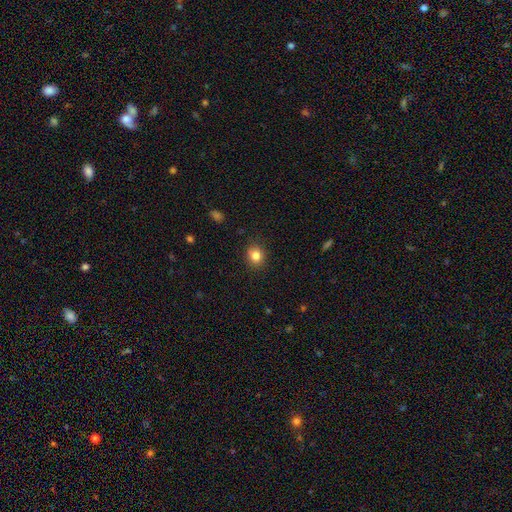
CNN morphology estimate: The model was most divided on "how rounded": round: 68%, in between: 31%, cigar-shaped: 1%. More confident: merging — none (87%); smooth or featured — smooth (83%).